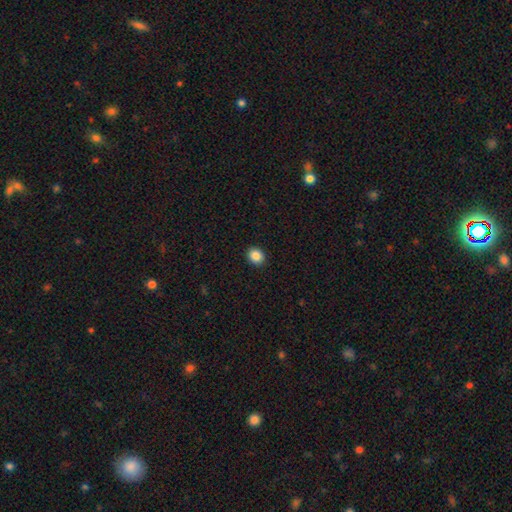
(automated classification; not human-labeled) Smooth or featured? smooth (87%)
How rounded? round (67%)
Merging? none (92%)